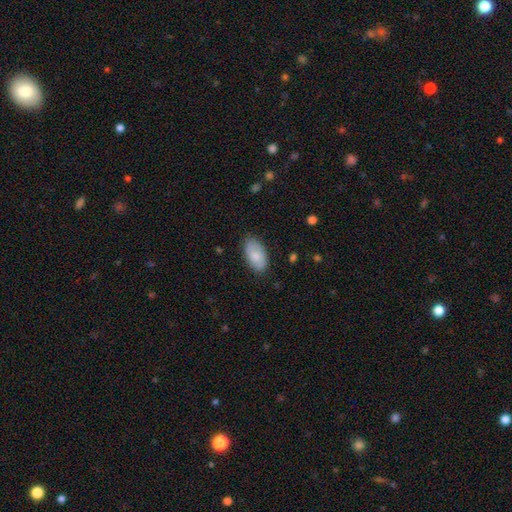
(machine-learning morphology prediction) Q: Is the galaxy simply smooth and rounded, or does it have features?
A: smooth — 81%.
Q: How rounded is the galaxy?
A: in between — 95%.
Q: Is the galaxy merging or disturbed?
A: none — 81%.